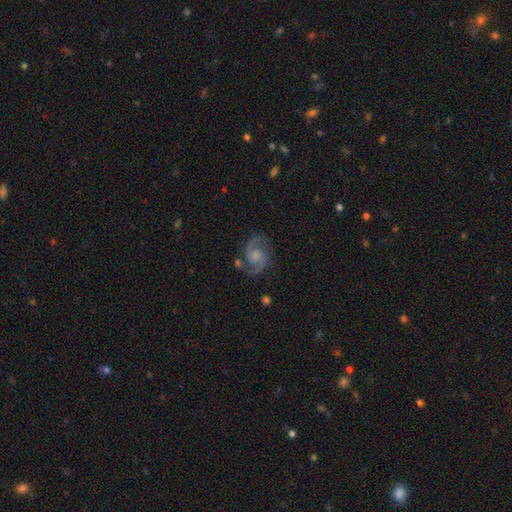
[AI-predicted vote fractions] featured or disk 89%, smooth 6%, star or artifact 6%. Down the decision tree: edge-on disk — no (98%); bar — no (57%); spiral arms — yes (98%); spiral arm count — 2 (94%); spiral winding — medium (61%); bulge size — moderate (32%); merging — none (78%).